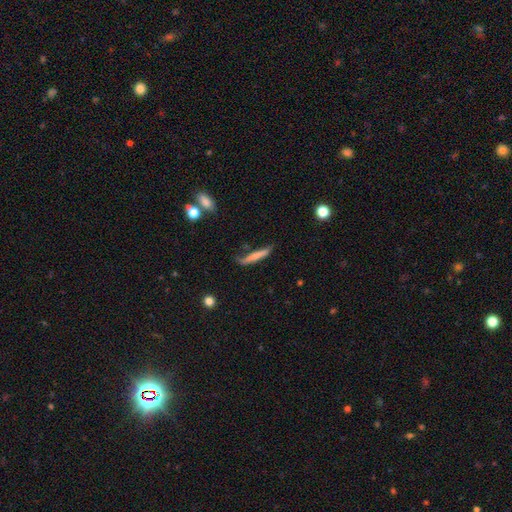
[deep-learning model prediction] smooth-or-featured: smooth: 67% | featured or disk: 27% | star or artifact: 7%
  how-rounded: cigar-shaped: 92% | in between: 7% | round: 2%
  merging: none: 56% | minor disturbance: 29% | major disturbance: 10% | merger: 5%